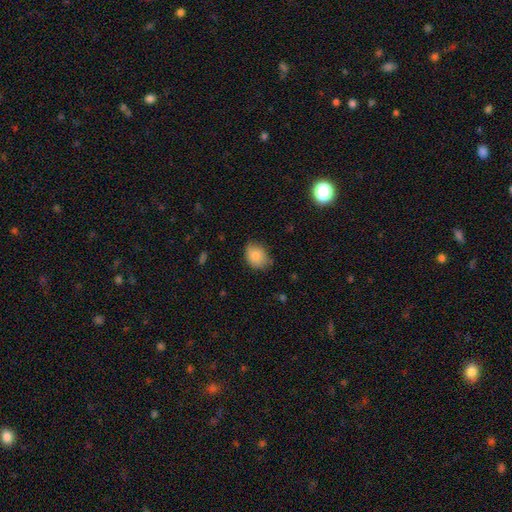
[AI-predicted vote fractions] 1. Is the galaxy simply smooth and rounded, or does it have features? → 85% smooth, 8% star or artifact, 7% featured or disk.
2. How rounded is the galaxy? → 63% in between, 36% round, 1% cigar-shaped.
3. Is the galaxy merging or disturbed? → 68% none, 26% minor disturbance, 5% major disturbance, 1% merger.